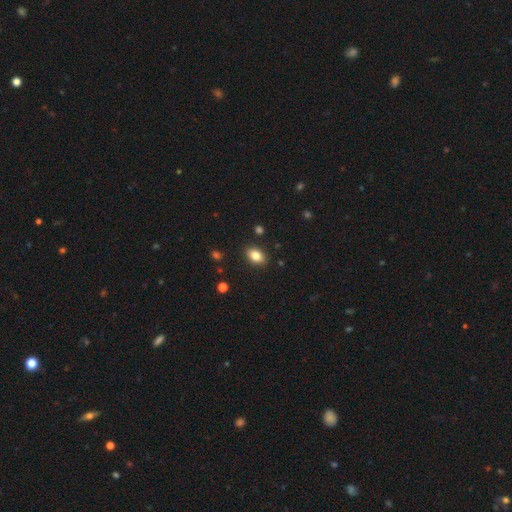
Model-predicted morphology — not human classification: A smooth galaxy with no disk features (84%) that is in between round and cigar-shaped (79%). Merging: none (88%).